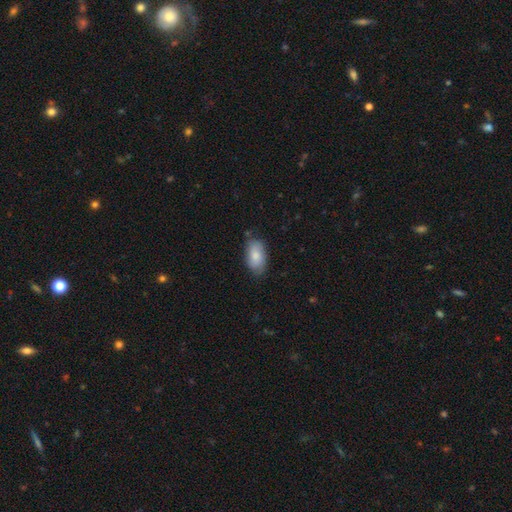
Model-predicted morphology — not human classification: Smooth or featured: smooth — 80% (featured or disk — 14%)
How rounded: in between — 94% (round — 4%)
Merging: none — 70% (minor disturbance — 24%)